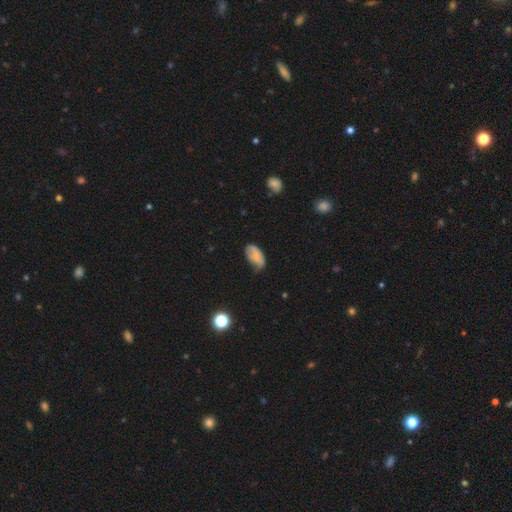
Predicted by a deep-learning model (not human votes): A smooth galaxy with no disk features (68%) that is in between round and cigar-shaped (93%).

Vote fractions:
- Smooth or featured? smooth: 68% / featured or disk: 23% / star or artifact: 9%
- How rounded? in between: 93% / round: 4% / cigar-shaped: 3%
- Merging? none: 47% / minor disturbance: 39% / major disturbance: 12% / merger: 2%